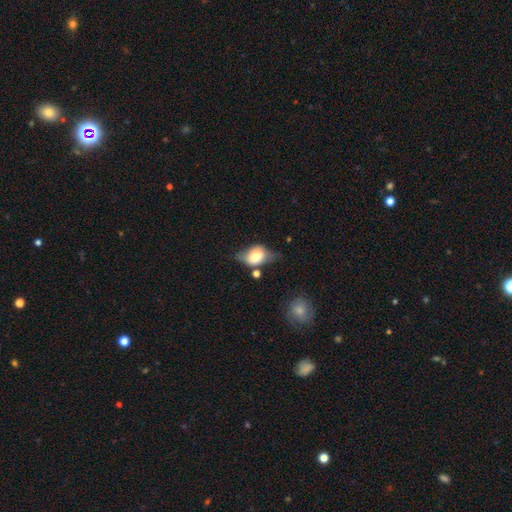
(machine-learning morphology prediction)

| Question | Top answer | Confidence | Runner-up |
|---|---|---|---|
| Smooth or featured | smooth | 64% | featured or disk (28%) |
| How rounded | in between | 73% | round (25%) |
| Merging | none | 42% | minor disturbance (34%) |